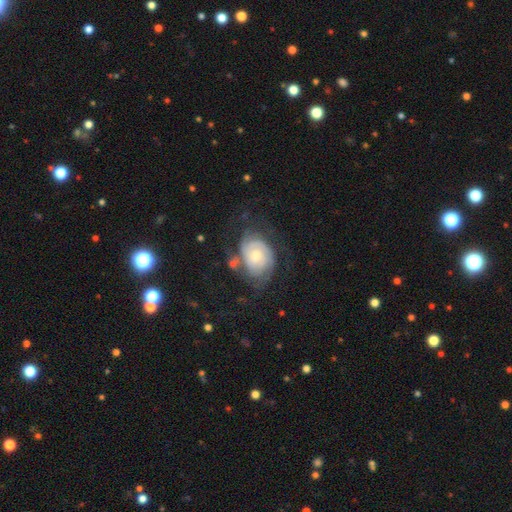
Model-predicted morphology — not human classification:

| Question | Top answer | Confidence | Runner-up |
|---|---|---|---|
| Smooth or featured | featured or disk | 72% | smooth (21%) |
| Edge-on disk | no | 97% | yes (3%) |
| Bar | no | 73% | weak (23%) |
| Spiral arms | yes | 90% | no (10%) |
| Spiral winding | tight | 64% | medium (27%) |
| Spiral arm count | can't tell | 41% | 2 (27%) |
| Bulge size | small | 46% | moderate (44%) |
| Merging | none | 52% | minor disturbance (23%) |